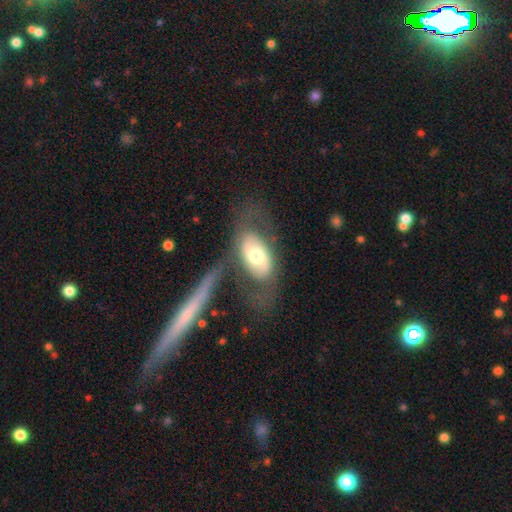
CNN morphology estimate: This is possibly a featured or disk galaxy (49%). Merging: possibly none (51%).